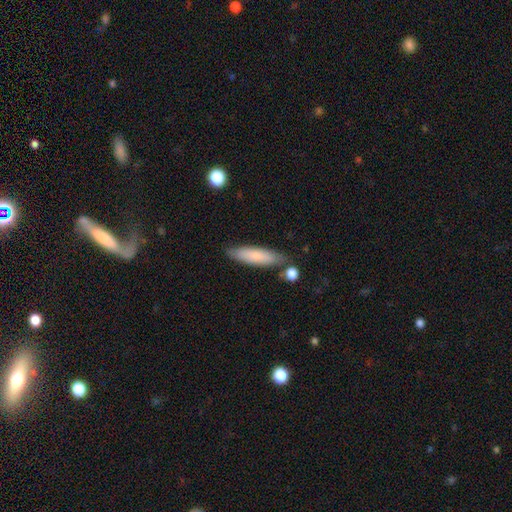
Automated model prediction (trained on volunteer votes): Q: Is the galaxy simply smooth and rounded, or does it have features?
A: smooth — 80%.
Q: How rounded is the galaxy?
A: cigar-shaped — 69%.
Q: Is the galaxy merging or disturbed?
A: none — 79%.